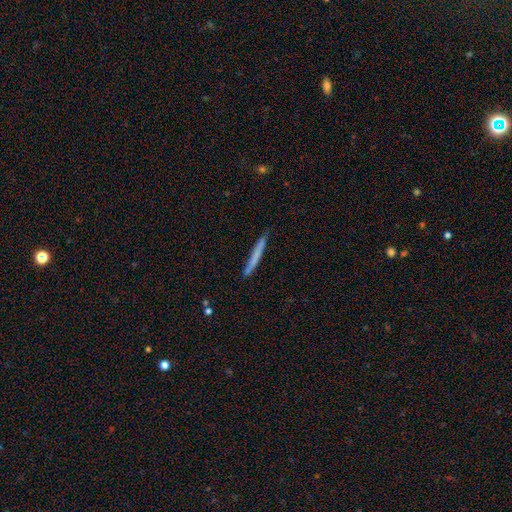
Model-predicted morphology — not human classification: Smooth or featured? smooth (64%)
How rounded? cigar-shaped (97%)
Merging? none (86%)